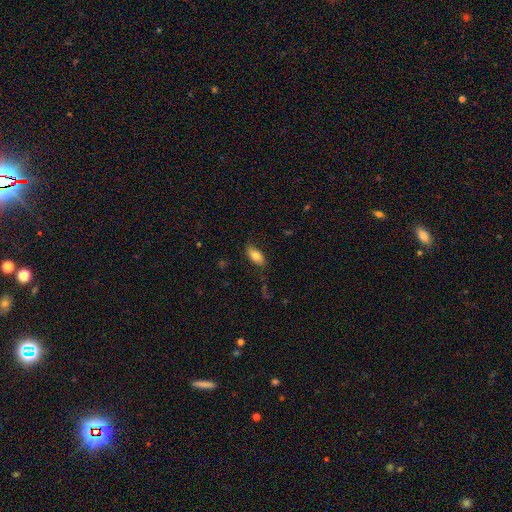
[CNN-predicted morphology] Smooth or featured? smooth (77%)
How rounded? in between (89%)
Merging? none (78%)